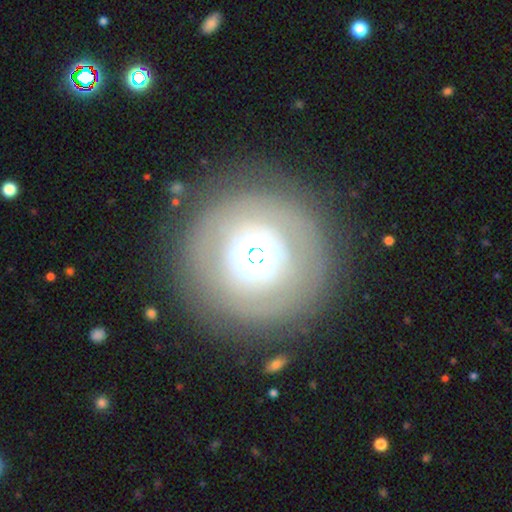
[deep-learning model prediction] Smooth or featured? smooth (44%)
Merging? none (79%)